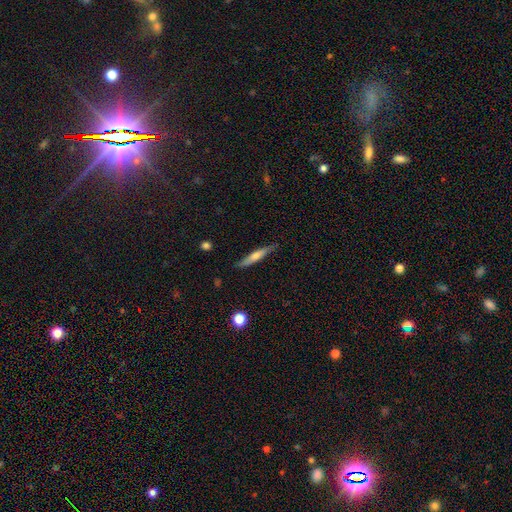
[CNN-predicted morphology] Smooth or featured?
  - featured or disk: 49% *
  - smooth: 45%
  - star or artifact: 6%
Merging?
  - none: 86% *
  - minor disturbance: 11%
  - major disturbance: 2%
  - merger: 1%